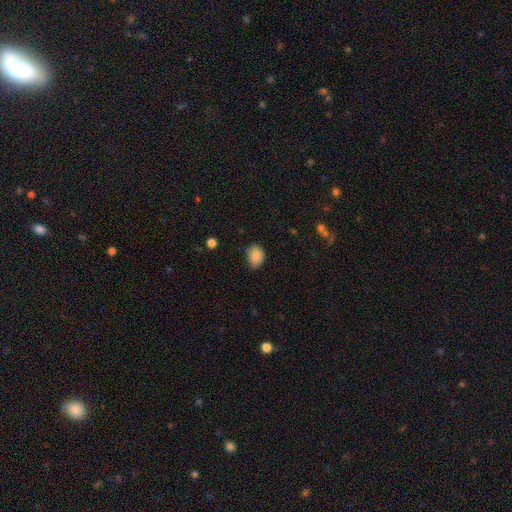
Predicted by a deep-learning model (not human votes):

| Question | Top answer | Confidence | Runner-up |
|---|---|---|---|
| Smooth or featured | smooth | 87% | star or artifact (8%) |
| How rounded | in between | 71% | round (28%) |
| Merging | none | 75% | minor disturbance (21%) |